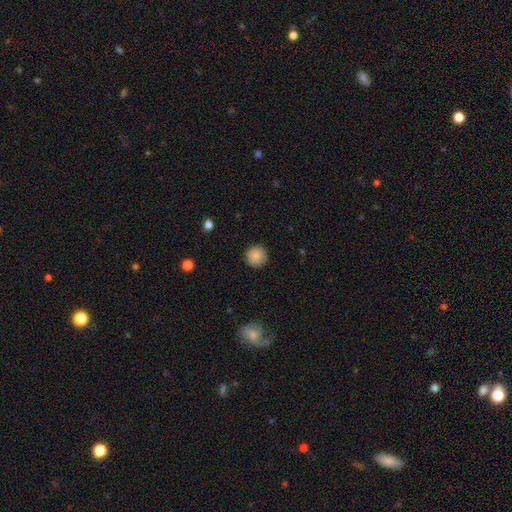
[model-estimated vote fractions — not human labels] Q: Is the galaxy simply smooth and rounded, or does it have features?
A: smooth — 87%.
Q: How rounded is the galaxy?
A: round — 94%.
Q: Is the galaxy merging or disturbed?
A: none — 89%.